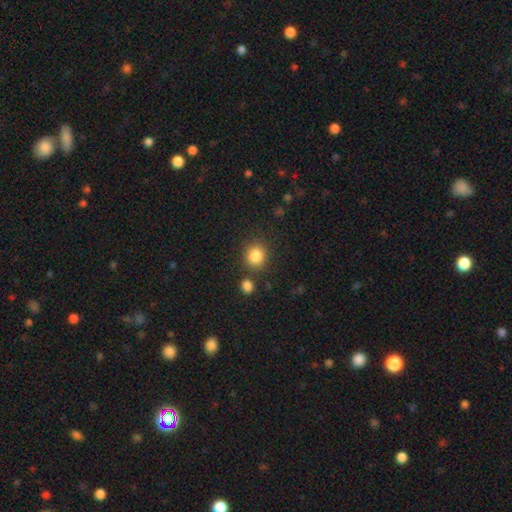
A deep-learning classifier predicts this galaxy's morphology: smooth_or_featured: smooth (p=0.85) [alt: star or artifact p=0.10]
how_rounded: round (p=0.84) [alt: in between p=0.15]
merging: none (p=0.79) [alt: minor disturbance p=0.09]